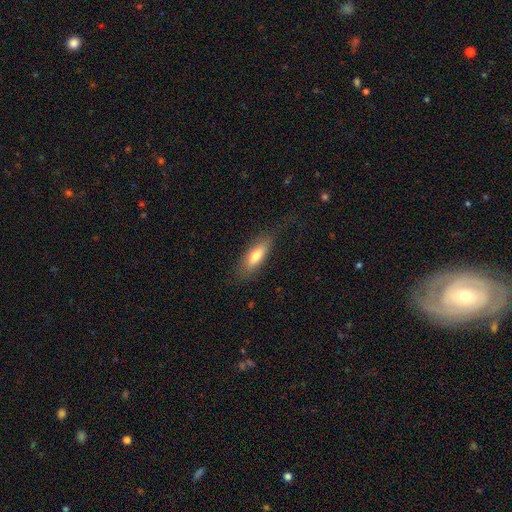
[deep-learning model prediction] The model was most divided on "how rounded": in between: 60%, cigar-shaped: 38%, round: 2%. More confident: merging — none (74%); smooth or featured — smooth (71%).